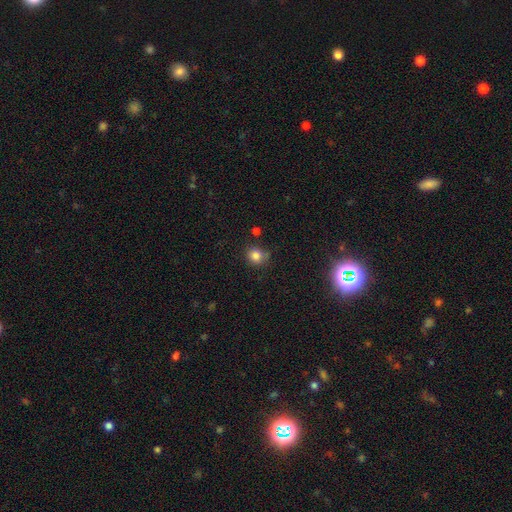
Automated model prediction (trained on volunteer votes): smooth-or-featured: smooth: 81% | star or artifact: 12% | featured or disk: 6%
  how-rounded: round: 80% | in between: 19% | cigar-shaped: 1%
  merging: none: 70% | minor disturbance: 19% | merger: 6% | major disturbance: 4%